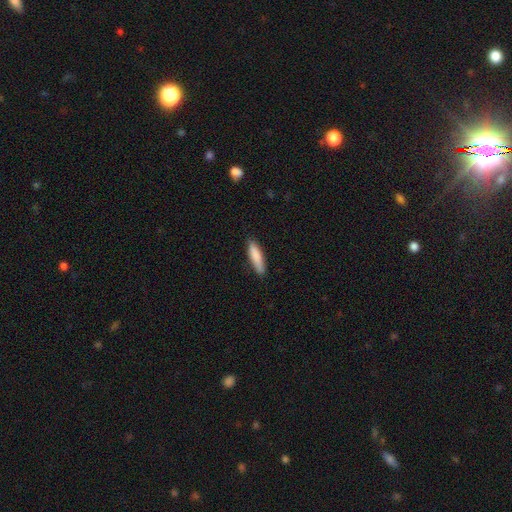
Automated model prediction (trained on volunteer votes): smooth_or_featured: smooth (p=0.85) [alt: featured or disk p=0.10]
how_rounded: cigar-shaped (p=0.74) [alt: in between p=0.25]
merging: none (p=0.84) [alt: minor disturbance p=0.13]